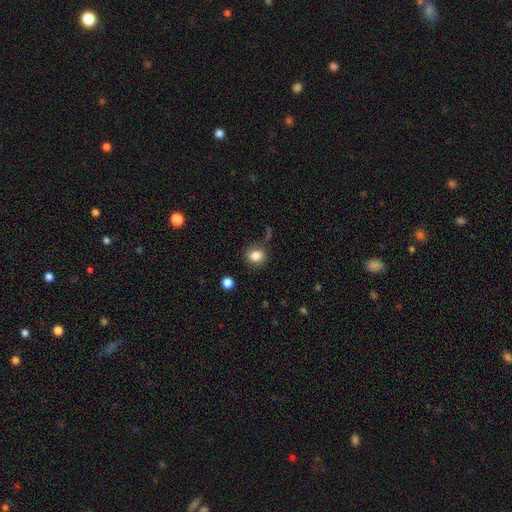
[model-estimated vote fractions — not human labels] smooth_or_featured: smooth (p=0.84) [alt: star or artifact p=0.10]
how_rounded: round (p=0.71) [alt: in between p=0.28]
merging: none (p=0.72) [alt: minor disturbance p=0.16]